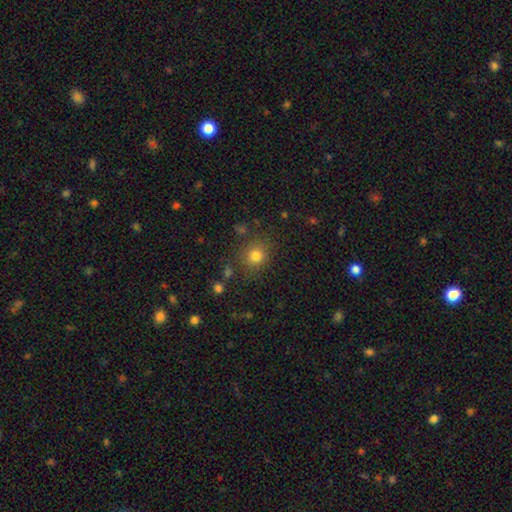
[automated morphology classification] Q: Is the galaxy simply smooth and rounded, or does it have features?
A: smooth — 79%.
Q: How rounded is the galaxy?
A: round — 81%.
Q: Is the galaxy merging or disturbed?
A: none — 82%.